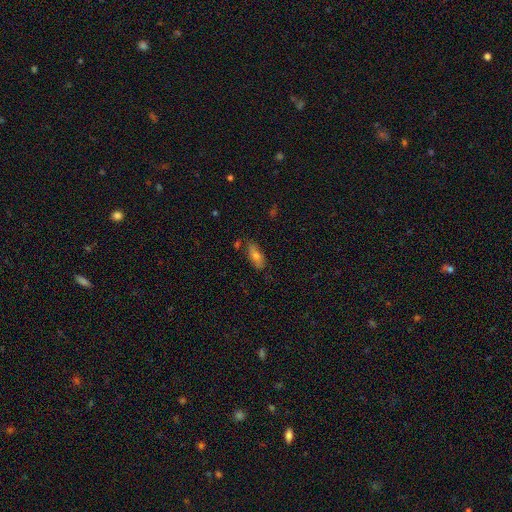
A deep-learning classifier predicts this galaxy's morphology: A smooth galaxy with no disk features (61%) that is in between round and cigar-shaped (74%).

Vote fractions:
- Smooth or featured? smooth: 61% / featured or disk: 27% / star or artifact: 12%
- How rounded? in between: 74% / cigar-shaped: 22% / round: 4%
- Merging? none: 74% / minor disturbance: 17% / merger: 4% / major disturbance: 4%